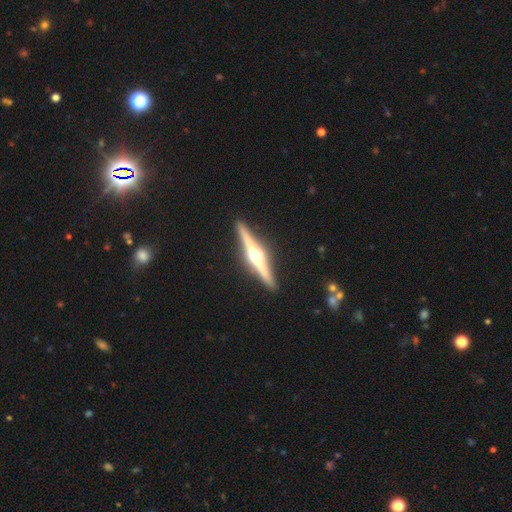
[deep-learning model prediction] smooth_or_featured: featured or disk (p=0.83) [alt: smooth p=0.12]
disk_edge_on: yes (p=0.98) [alt: no p=0.02]
edge_on_bulge: rounded (p=0.96) [alt: boxy p=0.03]
merging: none (p=0.92) [alt: minor disturbance p=0.06]